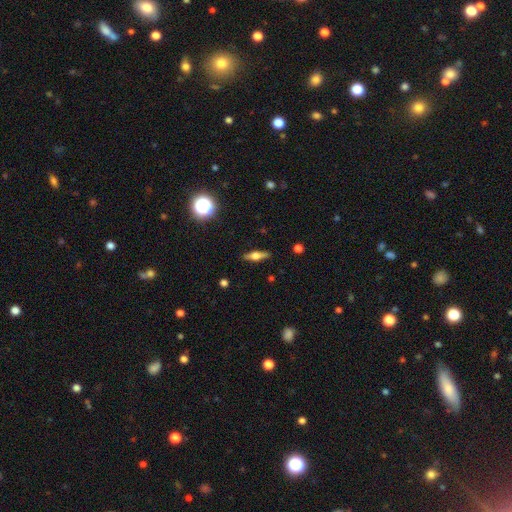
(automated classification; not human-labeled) Smooth or featured? Predicted: featured or disk (p=0.51). Edge-on disk? Predicted: yes (p=0.93). Merging? Predicted: none (p=0.88).